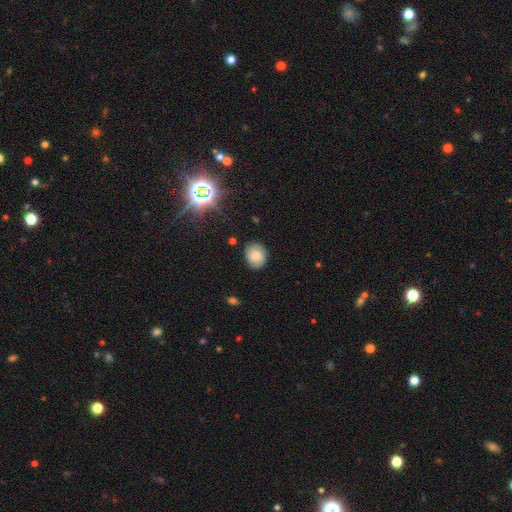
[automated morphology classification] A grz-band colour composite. It shows a smooth galaxy with no disk features (73%) that is round (71%). Merging: none (84%).